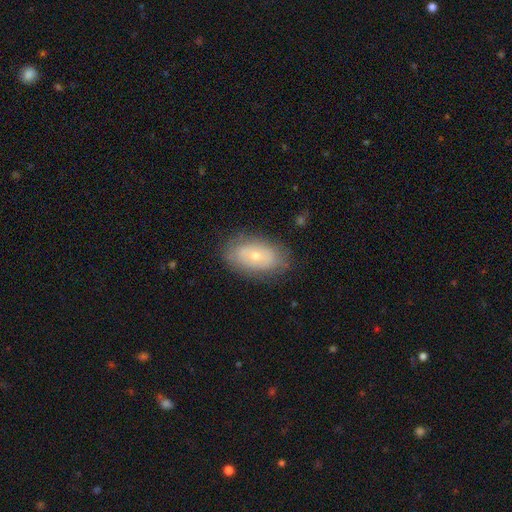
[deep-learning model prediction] Smooth or featured? Predicted: smooth (p=0.49). Merging? Predicted: none (p=0.79).